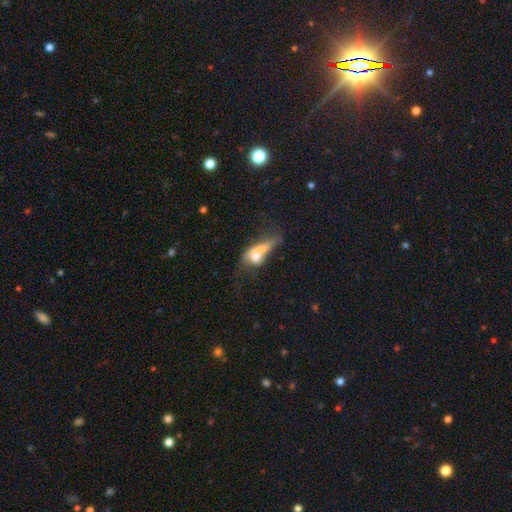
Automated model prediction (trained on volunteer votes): smooth_or_featured: smooth (p=0.55) [alt: featured or disk p=0.34]
how_rounded: in between (p=0.60) [alt: cigar-shaped p=0.28]
merging: merger (p=0.38) [alt: major disturbance p=0.29]